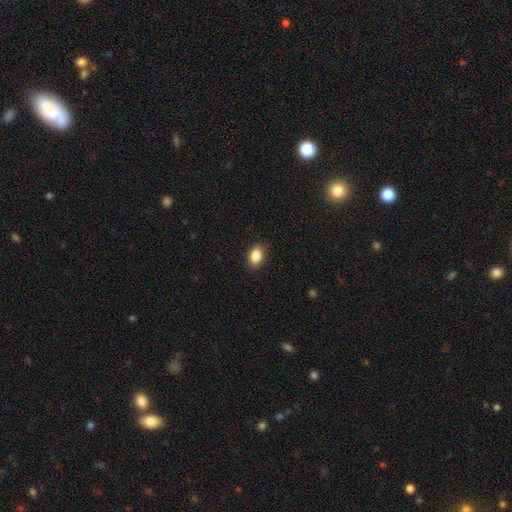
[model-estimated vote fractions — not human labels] Morphology: type=smooth (88%); roundness=in between (86%); merging=none (87%).